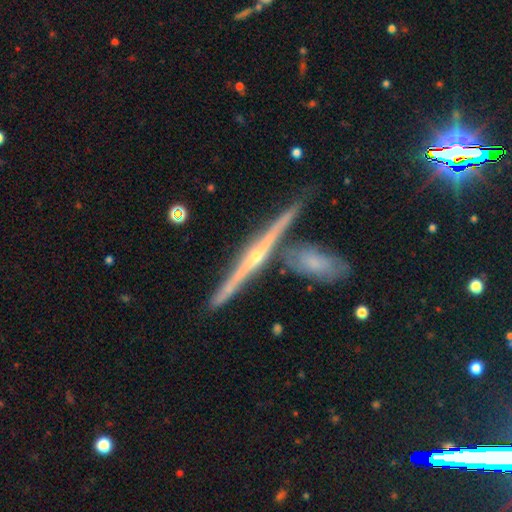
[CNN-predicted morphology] A featured or disk galaxy (82%) viewed edge-on (97%) with a rounded central bulge (82%). Merging: none (76%).